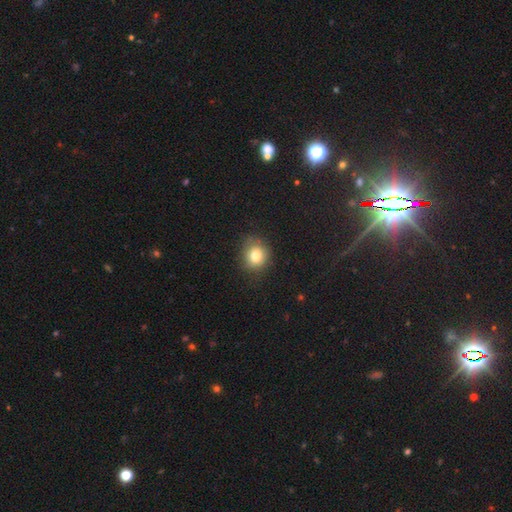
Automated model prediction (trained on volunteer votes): A smooth galaxy with no disk features (78%) that is round (77%).

Vote fractions:
- Smooth or featured? smooth: 78% / star or artifact: 12% / featured or disk: 10%
- How rounded? round: 77% / in between: 22% / cigar-shaped: 1%
- Merging? none: 76% / minor disturbance: 18% / major disturbance: 5% / merger: 1%